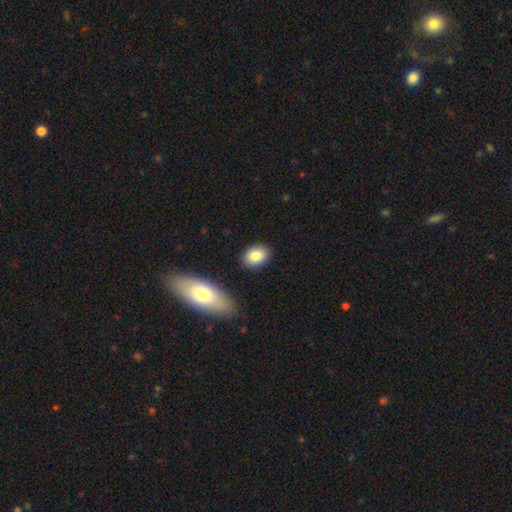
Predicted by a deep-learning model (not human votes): smooth-or-featured: smooth: 85% | featured or disk: 8% | star or artifact: 7%
  how-rounded: in between: 79% | round: 19% | cigar-shaped: 2%
  merging: none: 86% | minor disturbance: 9% | merger: 3% | major disturbance: 2%